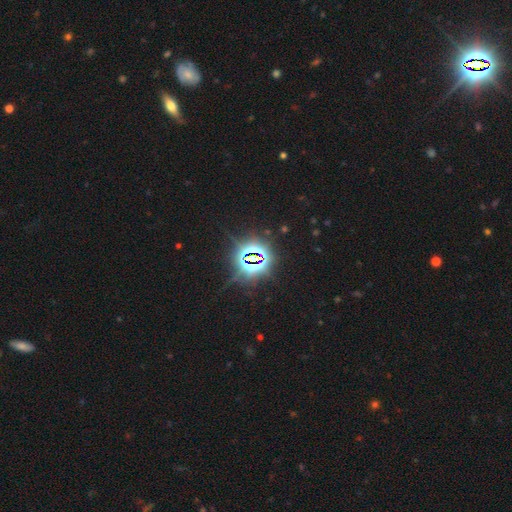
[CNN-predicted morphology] A star or artifact, not a galaxy (82%).

Vote fractions:
- Smooth or featured? star or artifact: 82% / smooth: 11% / featured or disk: 7%